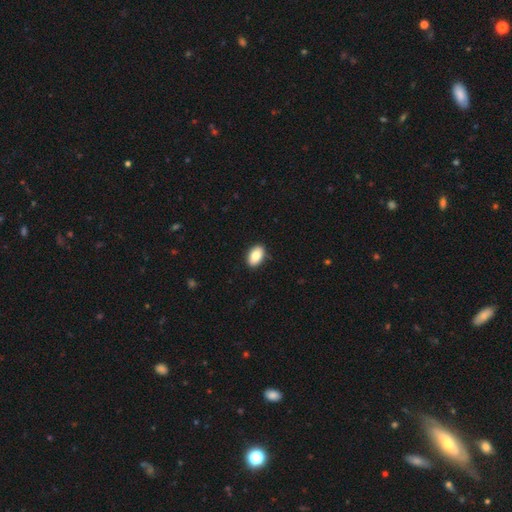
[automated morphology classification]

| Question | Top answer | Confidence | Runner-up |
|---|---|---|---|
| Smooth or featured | smooth | 83% | featured or disk (9%) |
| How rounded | in between | 91% | round (8%) |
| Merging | none | 88% | minor disturbance (9%) |